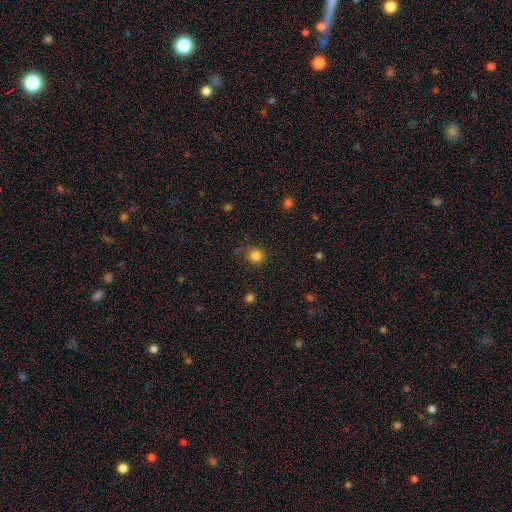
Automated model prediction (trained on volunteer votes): smooth 83%, star or artifact 12%, featured or disk 4%. Down the decision tree: how rounded — round (90%); merging — none (82%).